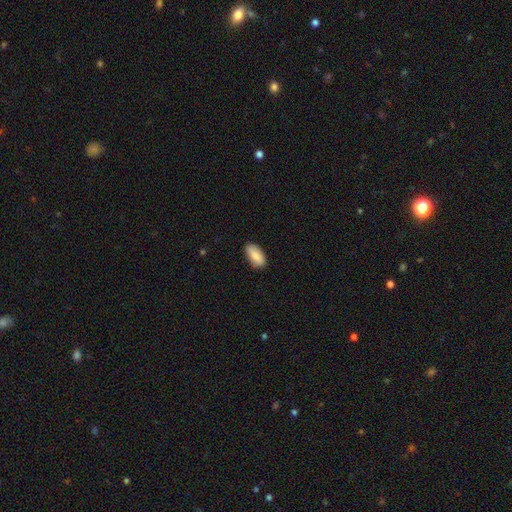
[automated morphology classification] type=smooth (87%); roundness=in between (92%); merging=none (83%).